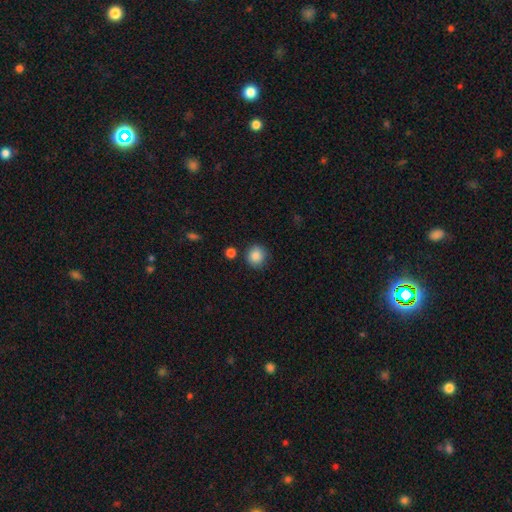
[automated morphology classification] This is clearly a smooth galaxy (87%). How rounded: clearly round (91%). Merging: clearly none (84%).